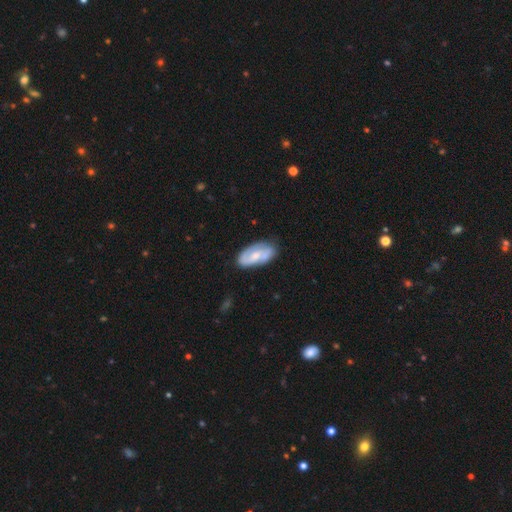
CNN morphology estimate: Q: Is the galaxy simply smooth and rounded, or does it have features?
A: featured or disk — 58%.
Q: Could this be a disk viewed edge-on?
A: no — 93%.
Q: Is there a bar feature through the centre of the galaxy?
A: no — 48%.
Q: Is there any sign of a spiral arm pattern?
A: yes — 78%.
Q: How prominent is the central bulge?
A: small — 47%.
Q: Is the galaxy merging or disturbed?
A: none — 76%.